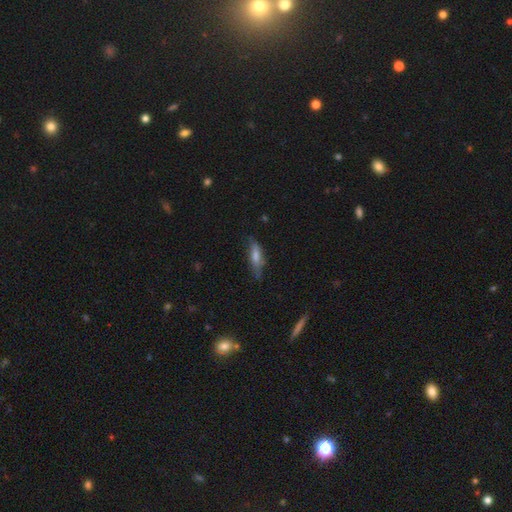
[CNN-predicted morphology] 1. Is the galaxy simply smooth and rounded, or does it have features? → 57% smooth, 34% featured or disk, 9% star or artifact.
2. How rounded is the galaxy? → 51% cigar-shaped, 46% in between, 2% round.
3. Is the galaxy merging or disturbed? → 59% none, 29% minor disturbance, 10% major disturbance, 2% merger.